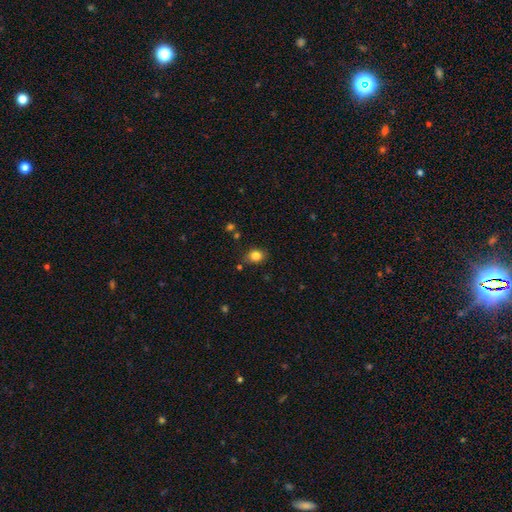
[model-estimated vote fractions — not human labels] smooth-or-featured: smooth: 82% | star or artifact: 11% | featured or disk: 7%
  how-rounded: round: 51% | in between: 48% | cigar-shaped: 1%
  merging: none: 78% | minor disturbance: 15% | merger: 3% | major disturbance: 3%